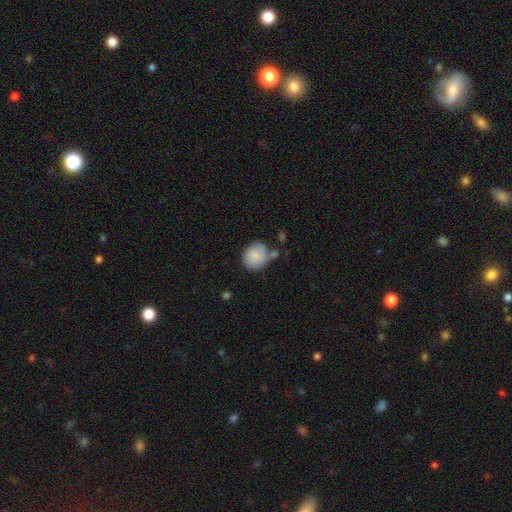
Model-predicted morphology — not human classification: Smooth or featured? smooth (82%)
How rounded? round (71%)
Merging? none (54%)